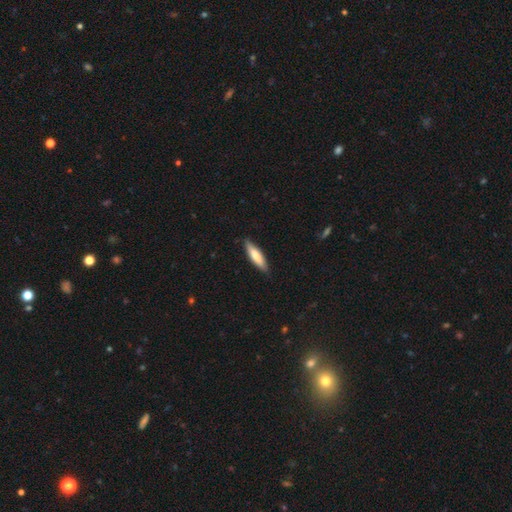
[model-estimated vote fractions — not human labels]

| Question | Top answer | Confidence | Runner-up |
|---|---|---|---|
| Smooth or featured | smooth | 71% | featured or disk (24%) |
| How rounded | cigar-shaped | 69% | in between (30%) |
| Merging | none | 86% | minor disturbance (11%) |